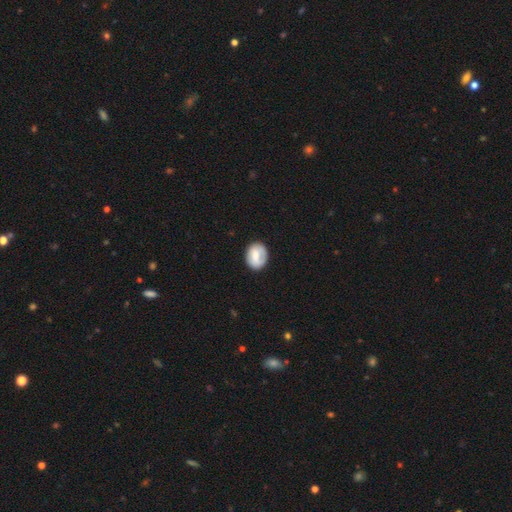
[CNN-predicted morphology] Smooth or featured?
  - smooth: 66% *
  - featured or disk: 27%
  - star or artifact: 7%
How rounded?
  - round: 50% *
  - in between: 49%
  - cigar-shaped: 1%
Merging?
  - none: 76% *
  - minor disturbance: 17%
  - major disturbance: 5%
  - merger: 2%